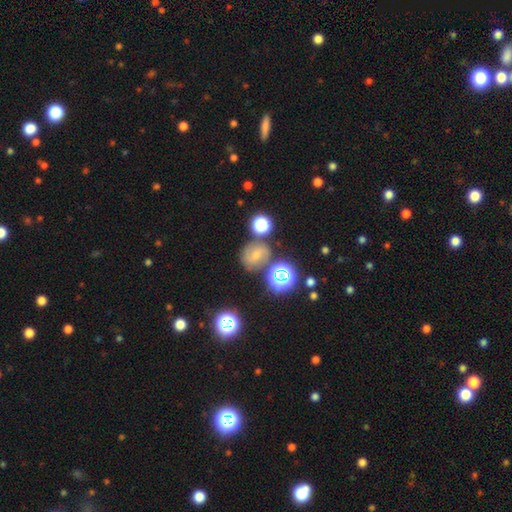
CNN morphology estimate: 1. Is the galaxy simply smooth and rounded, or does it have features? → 43% smooth, 31% featured or disk, 26% star or artifact.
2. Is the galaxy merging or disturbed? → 66% none, 16% minor disturbance, 12% merger, 6% major disturbance.